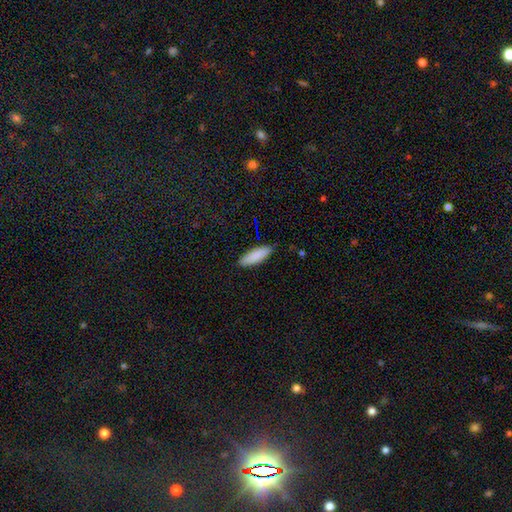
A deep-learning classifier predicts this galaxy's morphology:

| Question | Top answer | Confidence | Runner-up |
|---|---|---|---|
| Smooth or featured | smooth | 87% | featured or disk (7%) |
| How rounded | in between | 53% | cigar-shaped (46%) |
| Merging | none | 86% | minor disturbance (11%) |